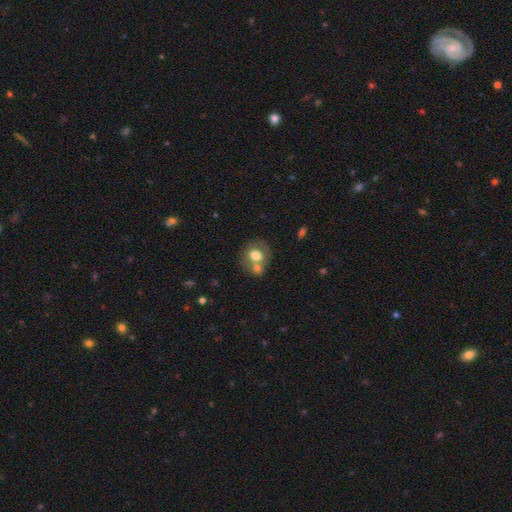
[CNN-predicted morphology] Smooth or featured: smooth — 71% (featured or disk — 19%)
How rounded: round — 69% (in between — 30%)
Merging: merger — 43% (tied with none — 43%)